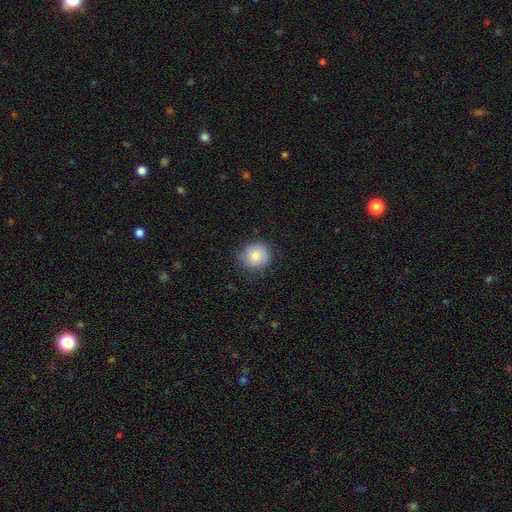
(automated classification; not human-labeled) This is clearly a smooth galaxy (83%). How rounded: clearly round (81%). Merging: likely none (78%).